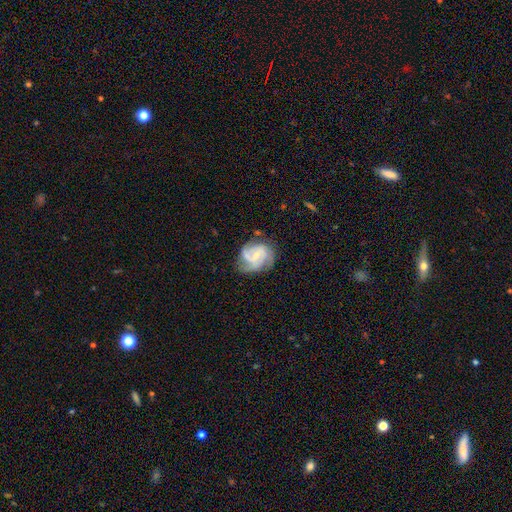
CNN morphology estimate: smooth-or-featured: featured or disk: 77% | smooth: 17% | star or artifact: 6%
  disk-edge-on: no: 98% | yes: 2%
    bar: no: 49% | weak: 42% | strong: 9%
    has-spiral-arms: yes: 92% | no: 8%
      spiral-winding: medium: 46% | tight: 37% | loose: 17%
      spiral-arm-count: 3: 40% | 2: 26% | can't tell: 19% | 4: 6% | 1: 5% | more than 4: 4%
    bulge-size: small: 63% | moderate: 26% | none: 9% | large: 2% | dominant: 1%
  merging: none: 56% | minor disturbance: 25% | major disturbance: 16% | merger: 3%